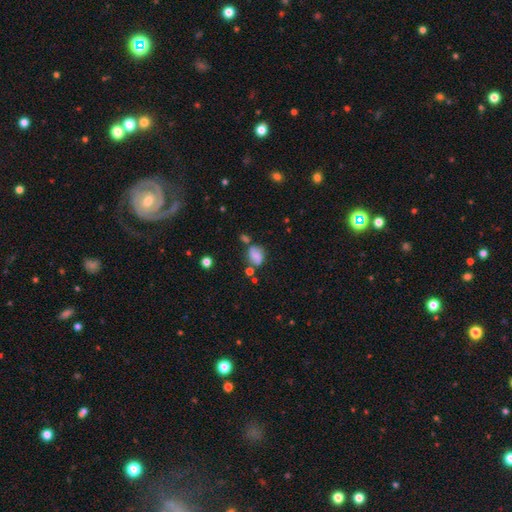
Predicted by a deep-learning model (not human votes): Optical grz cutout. It shows a smooth galaxy with no disk features (60%) that is in between round and cigar-shaped (61%). Merging: none (46%).